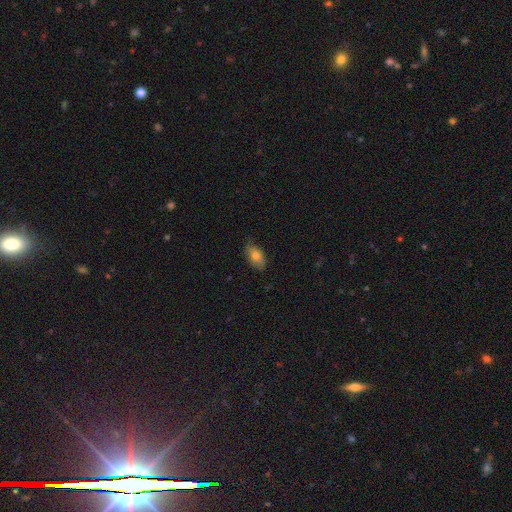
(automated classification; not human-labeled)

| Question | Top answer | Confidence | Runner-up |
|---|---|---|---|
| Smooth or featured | smooth | 74% | featured or disk (18%) |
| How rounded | in between | 91% | round (5%) |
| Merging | none | 74% | minor disturbance (22%) |